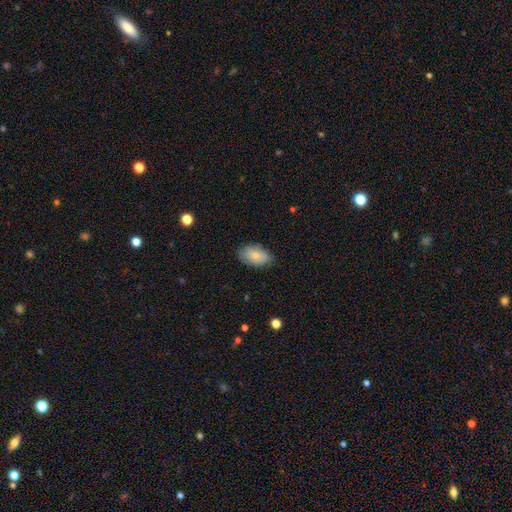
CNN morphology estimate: Smooth or featured?
  - smooth: 80% *
  - featured or disk: 14%
  - star or artifact: 7%
How rounded?
  - in between: 91% *
  - round: 7%
  - cigar-shaped: 2%
Merging?
  - none: 78% *
  - minor disturbance: 18%
  - major disturbance: 3%
  - merger: 1%